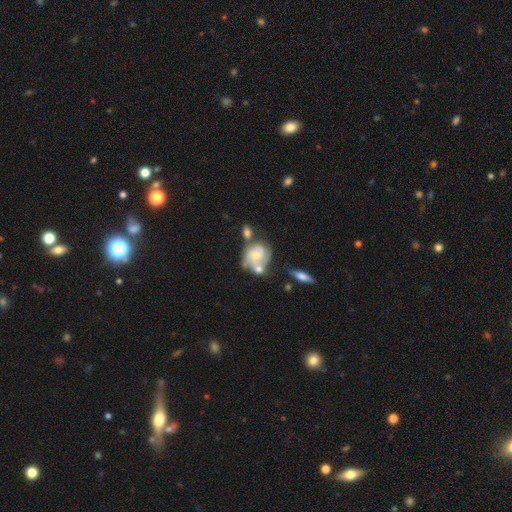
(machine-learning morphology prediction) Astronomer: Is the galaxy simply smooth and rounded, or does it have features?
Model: featured or disk — 67%.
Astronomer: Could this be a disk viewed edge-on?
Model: no — 97%.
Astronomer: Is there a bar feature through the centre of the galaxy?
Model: no — 72%.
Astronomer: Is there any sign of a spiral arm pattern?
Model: yes — 83%.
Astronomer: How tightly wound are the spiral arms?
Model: tight — 57% (runner-up: medium, 33%).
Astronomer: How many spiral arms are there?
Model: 2 — 36% (runner-up: can't tell, 31%).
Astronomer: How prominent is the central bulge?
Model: small — 54% (runner-up: moderate, 37%).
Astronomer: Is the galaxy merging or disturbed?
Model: none — 39% (runner-up: merger, 30%).